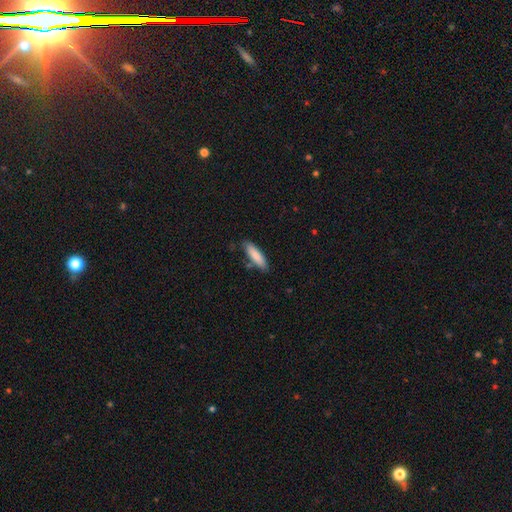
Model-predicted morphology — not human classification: Smooth or featured? smooth (83%)
How rounded? cigar-shaped (69%)
Merging? none (79%)